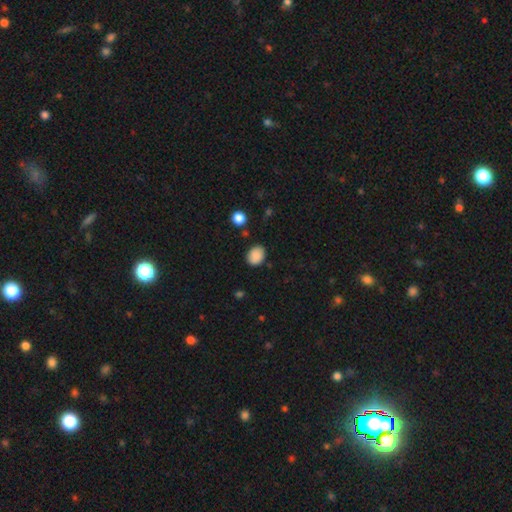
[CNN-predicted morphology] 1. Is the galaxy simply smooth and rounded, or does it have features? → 87% smooth, 8% star or artifact, 5% featured or disk.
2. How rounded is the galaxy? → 53% in between, 46% round, 1% cigar-shaped.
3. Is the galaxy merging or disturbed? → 82% none, 13% minor disturbance, 3% major disturbance, 2% merger.